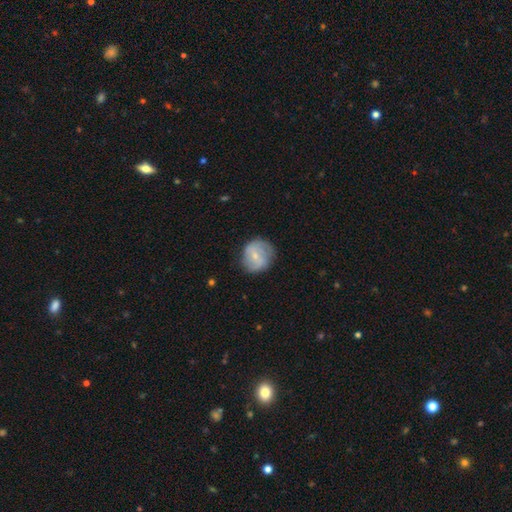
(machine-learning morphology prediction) A smooth galaxy with no disk features (50%). Merging: none (74%).